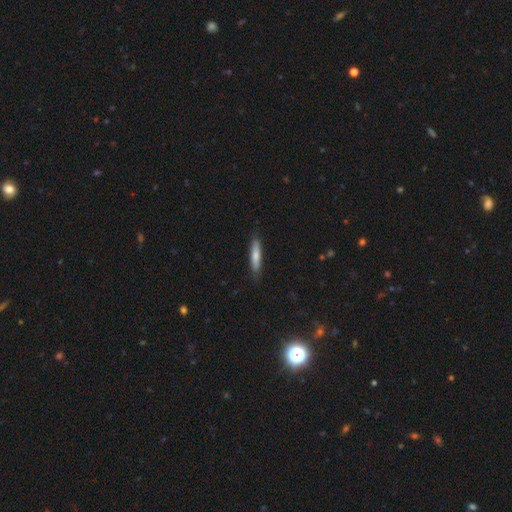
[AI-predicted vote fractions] Smooth or featured? Predicted: smooth (p=0.72). How rounded? Predicted: cigar-shaped (p=0.83). Merging? Predicted: none (p=0.84).